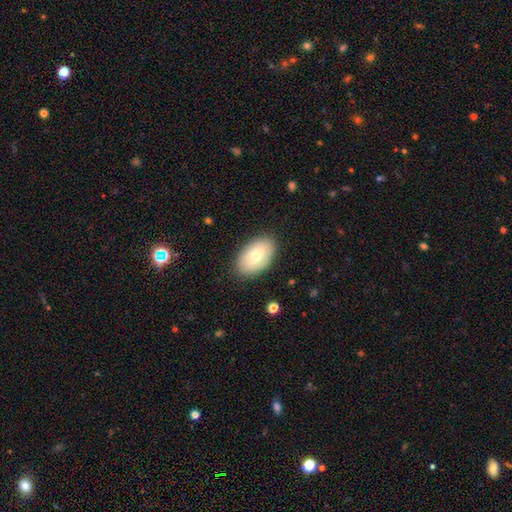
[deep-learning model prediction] The model was most divided on "smooth or featured": smooth: 72%, featured or disk: 21%, star or artifact: 7%. More confident: how rounded — in between (94%); merging — none (87%).